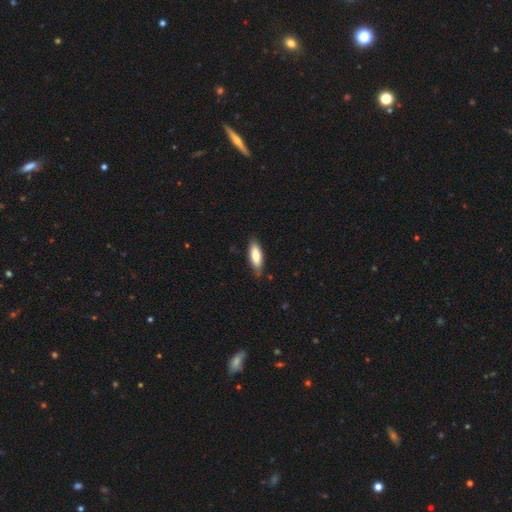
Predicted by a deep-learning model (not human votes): Q: Smooth or featured?
A: smooth (76%); runner-up: featured or disk (18%)
Q: How rounded?
A: in between (67%); runner-up: cigar-shaped (31%)
Q: Merging?
A: none (80%); runner-up: minor disturbance (17%)